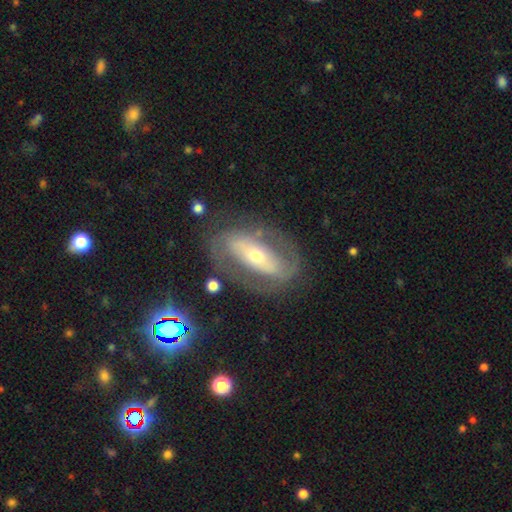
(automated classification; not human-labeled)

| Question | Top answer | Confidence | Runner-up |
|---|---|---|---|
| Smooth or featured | featured or disk | 75% | smooth (17%) |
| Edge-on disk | no | 90% | yes (10%) |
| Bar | strong | 45% | no (32%) |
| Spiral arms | yes | 66% | no (34%) |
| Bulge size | small | 48% | moderate (45%) |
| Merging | none | 73% | minor disturbance (14%) |